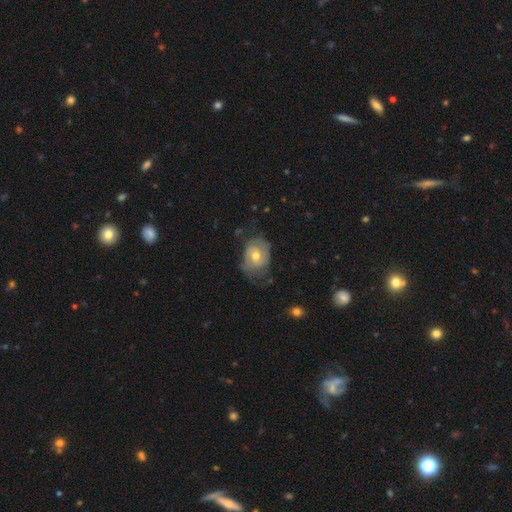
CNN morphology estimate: featured or disk 55%, smooth 37%, star or artifact 7%. Down the decision tree: edge-on disk — no (95%); bar — no (62%); spiral arms — yes (68%); bulge size — moderate (72%); merging — none (52%).